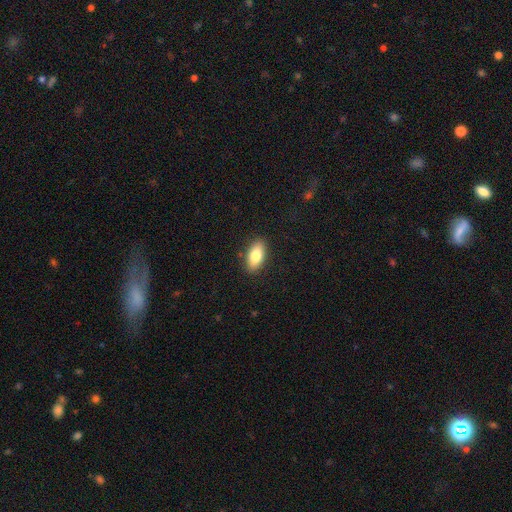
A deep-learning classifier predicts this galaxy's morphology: Overall: smooth (80%). How rounded: in between (88%). Merging: none (88%).